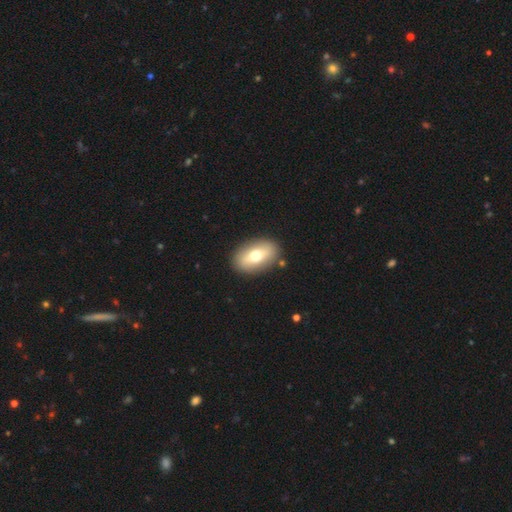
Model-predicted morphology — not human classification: Overall: smooth (63%; featured or disk 30%). How rounded: in between (87%). Merging: none (87%).